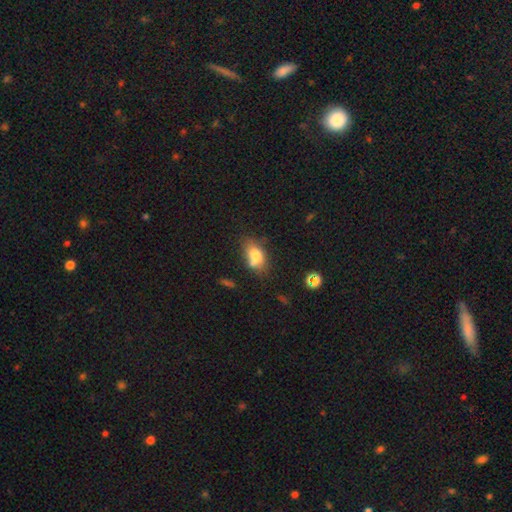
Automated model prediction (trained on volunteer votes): A smooth galaxy with no disk features (74%) that is in between round and cigar-shaped (82%).

Vote fractions:
- Smooth or featured? smooth: 74% / featured or disk: 16% / star or artifact: 10%
- How rounded? in between: 82% / round: 15% / cigar-shaped: 3%
- Merging? none: 54% / minor disturbance: 20% / merger: 20% / major disturbance: 6%